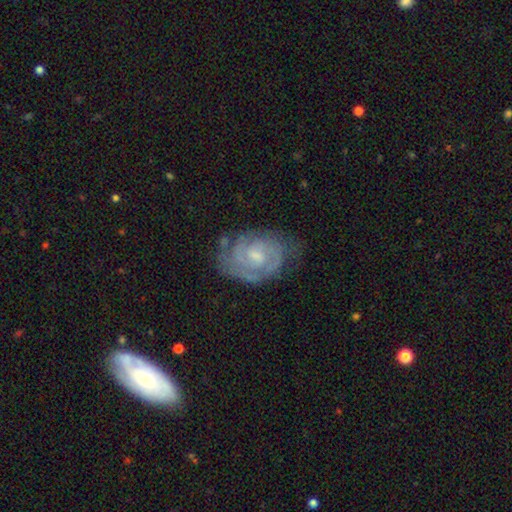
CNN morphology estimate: This appears to be a featured or disk galaxy (84%) with no bar (54%), 2 (55%) tight (68%) spiral arms (95%) and a small central bulge (51%). Merging: none (71%).